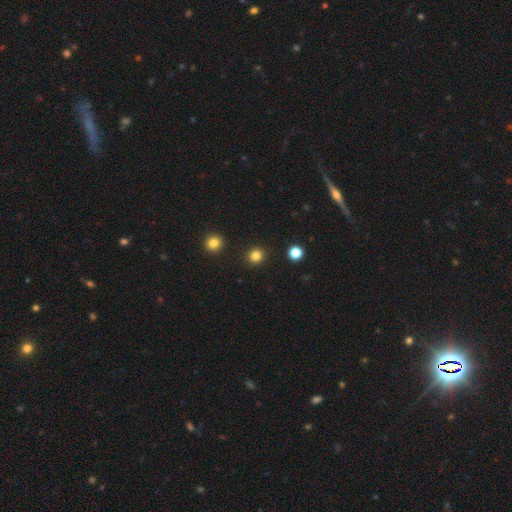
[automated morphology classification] Smooth or featured?
  - smooth: 84% *
  - star or artifact: 13%
  - featured or disk: 4%
How rounded?
  - round: 89% *
  - in between: 10%
  - cigar-shaped: 1%
Merging?
  - none: 92% *
  - minor disturbance: 5%
  - major disturbance: 2%
  - merger: 2%